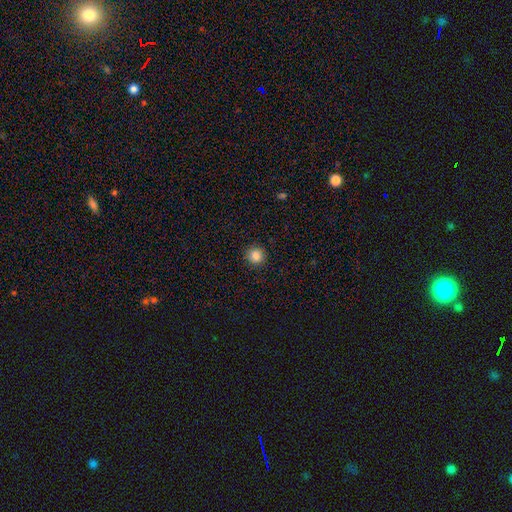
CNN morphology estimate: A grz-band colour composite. It shows a smooth galaxy with no disk features (85%) that is round (94%). Merging: none (92%).